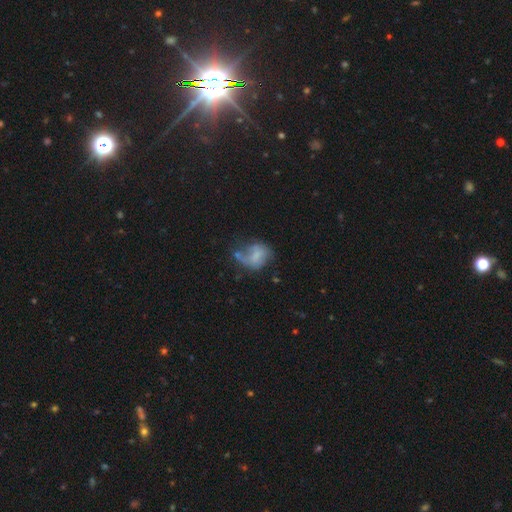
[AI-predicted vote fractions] A smooth galaxy with no disk features (53%) that is in between round and cigar-shaped (57%).

Vote fractions:
- Smooth or featured? smooth: 53% / featured or disk: 35% / star or artifact: 11%
- How rounded? in between: 57% / round: 42% / cigar-shaped: 2%
- Merging? none: 31% / major disturbance: 29% / minor disturbance: 27% / merger: 13%